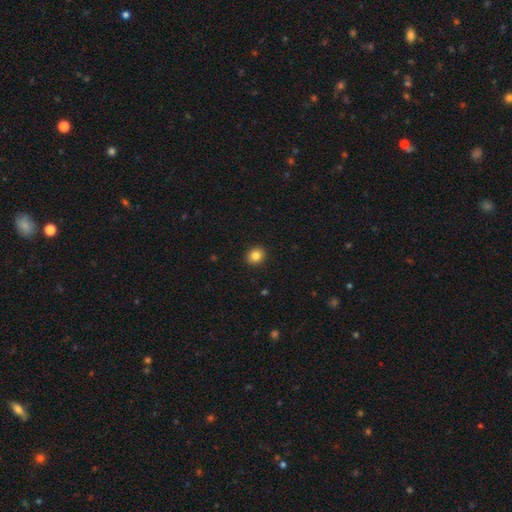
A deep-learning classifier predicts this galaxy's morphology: Overall: smooth (83%). How rounded: round (76%). Merging: none (92%).